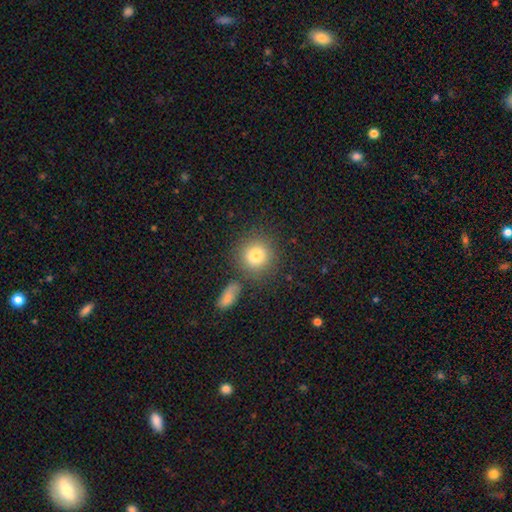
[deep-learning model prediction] The model was most divided on "merging": none: 78%, minor disturbance: 9%, merger: 9%, major disturbance: 4%. More confident: how rounded — round (90%); smooth or featured — smooth (80%).